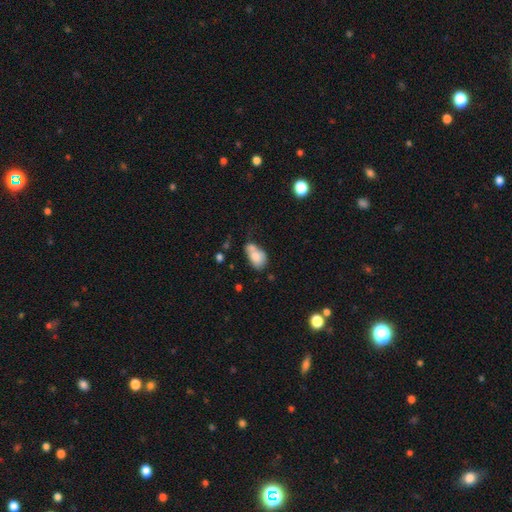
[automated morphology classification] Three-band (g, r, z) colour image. It shows a smooth galaxy with no disk features (75%) that is in between round and cigar-shaped (83%). Merging: merger (37%).